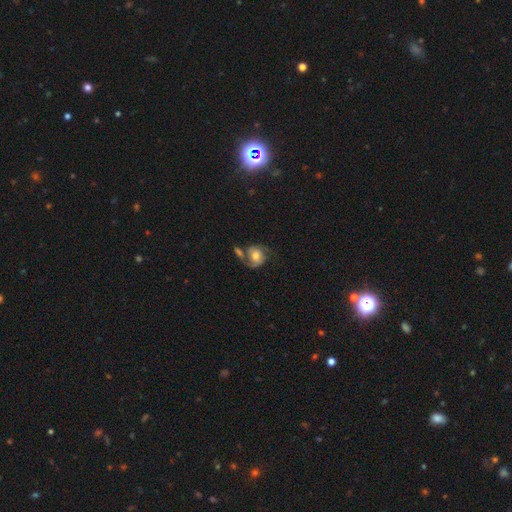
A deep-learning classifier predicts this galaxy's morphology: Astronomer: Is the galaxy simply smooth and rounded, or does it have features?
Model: featured or disk — 59%.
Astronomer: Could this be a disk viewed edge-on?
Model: no — 97%.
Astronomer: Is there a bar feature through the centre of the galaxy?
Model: no — 67%.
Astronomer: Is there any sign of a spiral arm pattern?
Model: yes — 82%.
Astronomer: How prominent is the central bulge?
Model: moderate — 68%.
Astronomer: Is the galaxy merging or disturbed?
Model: none — 39% (runner-up: merger, 27%).